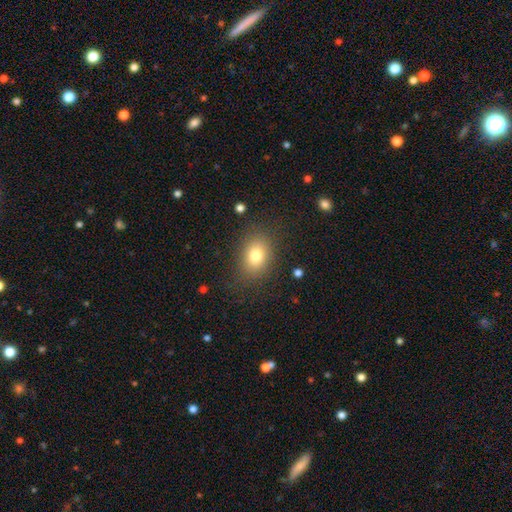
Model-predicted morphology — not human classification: A smooth galaxy with no disk features (78%) that is in between round and cigar-shaped (67%). Merging: none (81%).